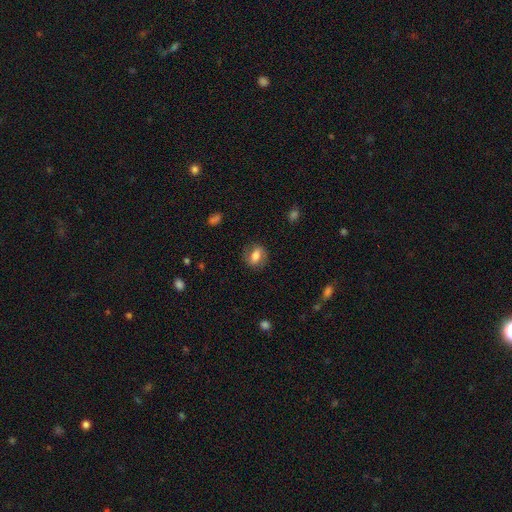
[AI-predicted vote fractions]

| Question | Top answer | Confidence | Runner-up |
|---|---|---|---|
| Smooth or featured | smooth | 63% | featured or disk (29%) |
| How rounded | in between | 69% | round (27%) |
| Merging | none | 77% | minor disturbance (15%) |